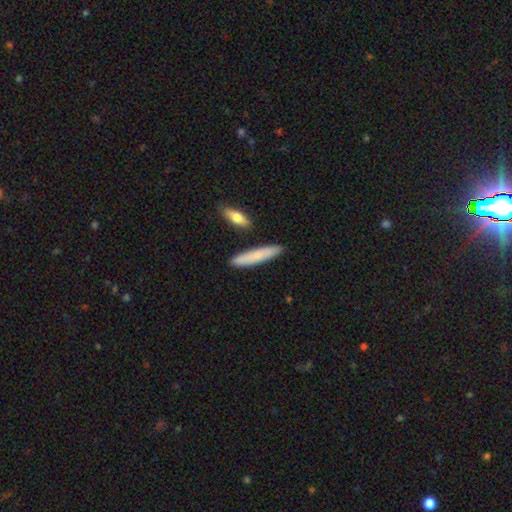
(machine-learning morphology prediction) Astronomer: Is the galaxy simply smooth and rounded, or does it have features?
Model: smooth — 75%.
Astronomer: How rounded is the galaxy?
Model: cigar-shaped — 87%.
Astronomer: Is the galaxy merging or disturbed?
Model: none — 84%.